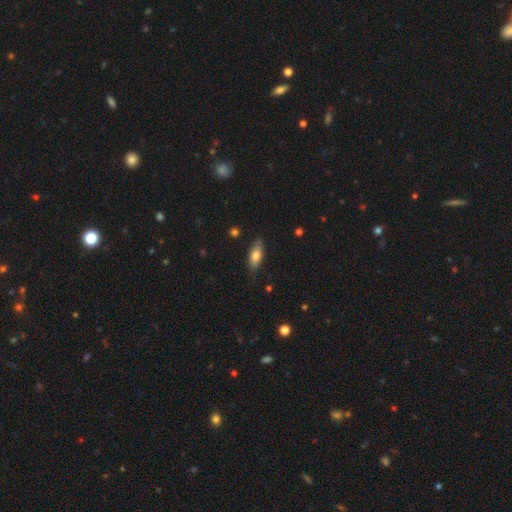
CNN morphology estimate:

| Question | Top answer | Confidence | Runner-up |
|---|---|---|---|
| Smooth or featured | smooth | 73% | featured or disk (20%) |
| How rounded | in between | 77% | cigar-shaped (20%) |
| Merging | none | 81% | minor disturbance (16%) |